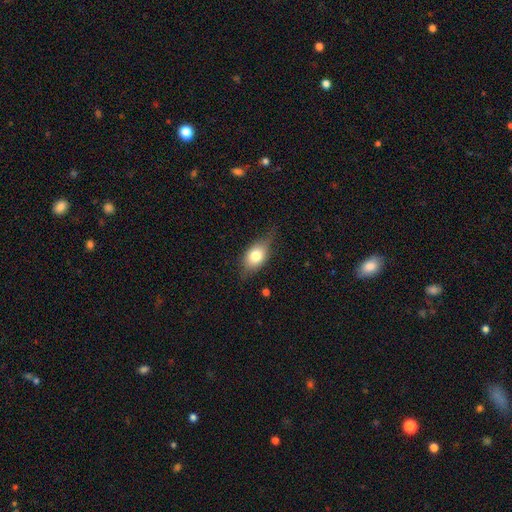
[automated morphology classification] Smooth or featured: smooth — 72% (featured or disk — 21%)
How rounded: in between — 79% (round — 16%)
Merging: none — 64% (minor disturbance — 27%)